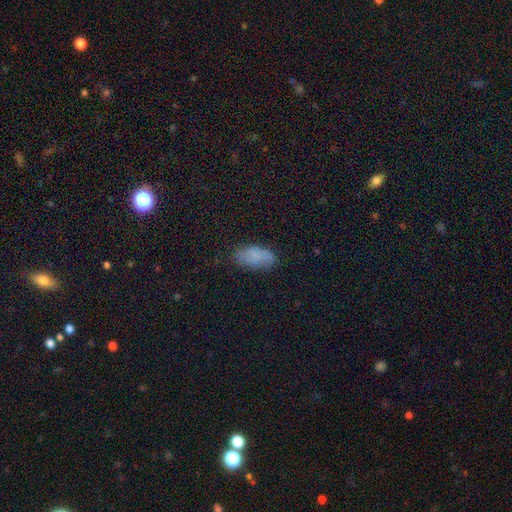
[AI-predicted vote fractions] This appears to be a smooth galaxy with no disk features (77%) that is in between round and cigar-shaped (93%). Merging: none (73%).